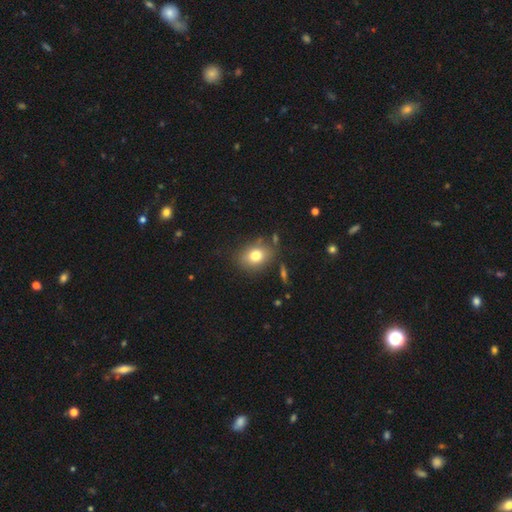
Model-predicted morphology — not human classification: A smooth galaxy with no disk features (77%) that is in between round and cigar-shaped (59%). Merging: none (78%).